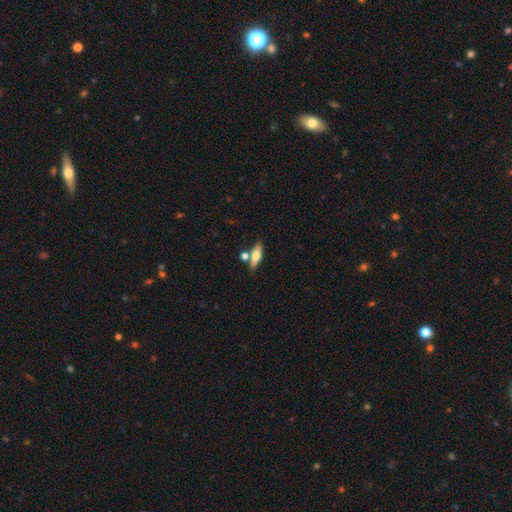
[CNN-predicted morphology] Smooth or featured?
  - smooth: 49% *
  - featured or disk: 44%
  - star or artifact: 7%
Merging?
  - none: 72% *
  - merger: 15%
  - minor disturbance: 11%
  - major disturbance: 3%